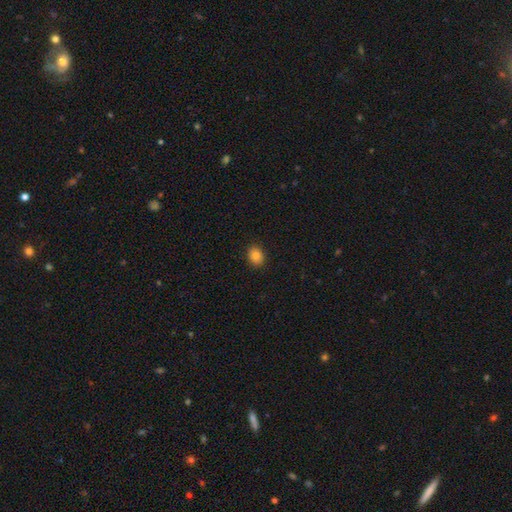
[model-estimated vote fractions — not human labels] Smooth or featured: smooth — 83% (star or artifact — 10%)
How rounded: in between — 53% (round — 46%)
Merging: none — 90% (minor disturbance — 7%)